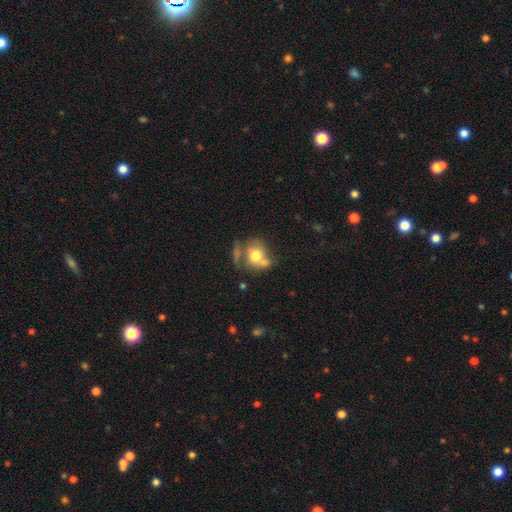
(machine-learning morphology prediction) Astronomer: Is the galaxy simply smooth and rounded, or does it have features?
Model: smooth — 66%.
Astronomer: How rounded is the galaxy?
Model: round — 66%.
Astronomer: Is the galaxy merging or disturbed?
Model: merger — 37% (runner-up: none, 36%).